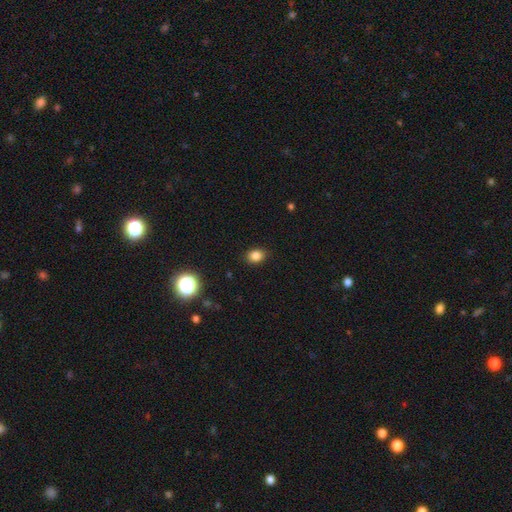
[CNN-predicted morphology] A smooth galaxy with no disk features (83%) that is in between round and cigar-shaped (52%). Merging: none (89%).